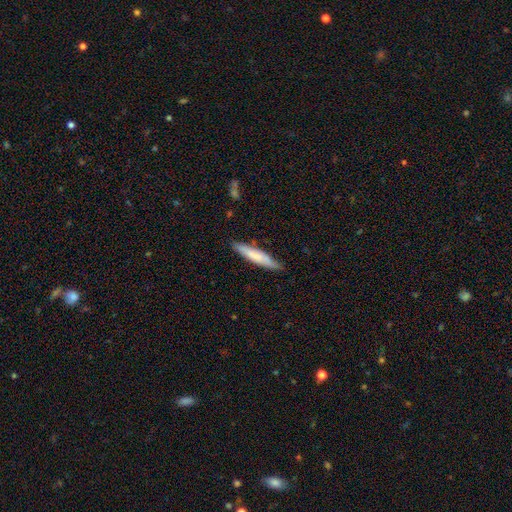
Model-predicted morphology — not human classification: Q: Smooth or featured?
A: smooth (69%); runner-up: featured or disk (25%)
Q: How rounded?
A: cigar-shaped (89%); runner-up: in between (10%)
Q: Merging?
A: none (83%); runner-up: minor disturbance (13%)